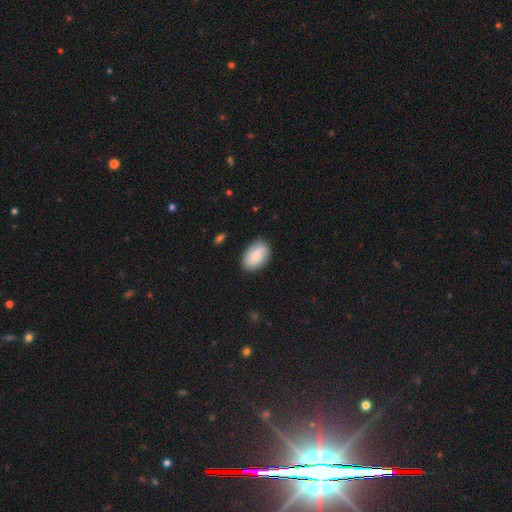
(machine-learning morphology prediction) This appears to be a smooth galaxy with no disk features (68%) that is in between round and cigar-shaped (89%). Merging: none (83%).